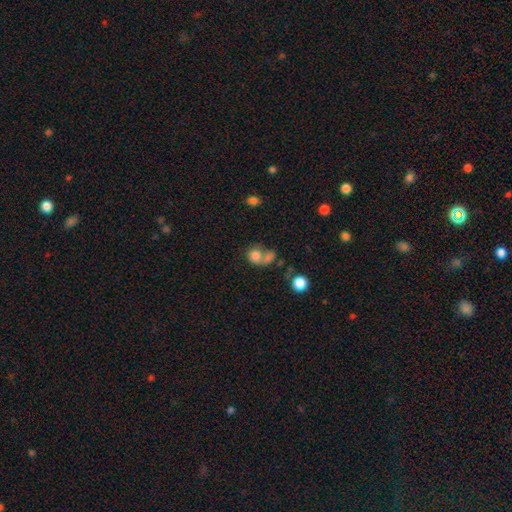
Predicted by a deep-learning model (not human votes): The model was most divided on "how rounded": round: 64%, in between: 34%, cigar-shaped: 1%. More confident: smooth or featured — smooth (75%); merging — merger (57%).